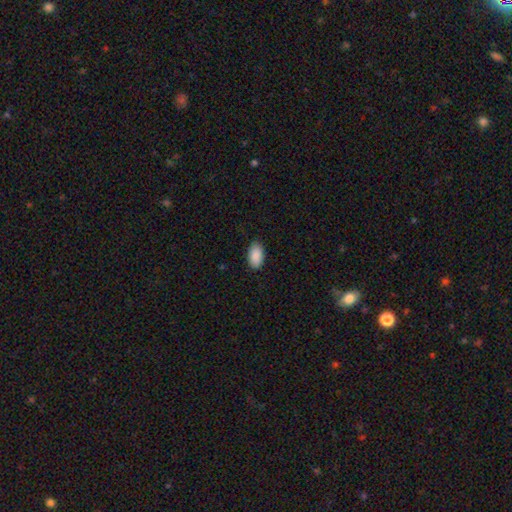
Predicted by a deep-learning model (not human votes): smooth 91%, star or artifact 6%, featured or disk 3%. Down the decision tree: how rounded — in between (95%); merging — none (87%).